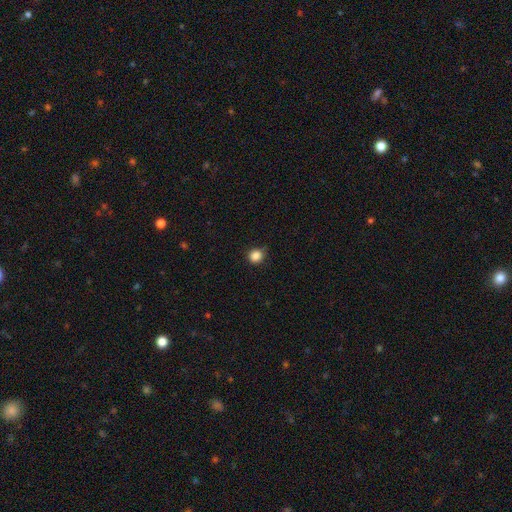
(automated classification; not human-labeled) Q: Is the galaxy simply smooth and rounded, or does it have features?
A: smooth — 86%.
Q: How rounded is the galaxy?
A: round — 87%.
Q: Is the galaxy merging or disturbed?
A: none — 79%.